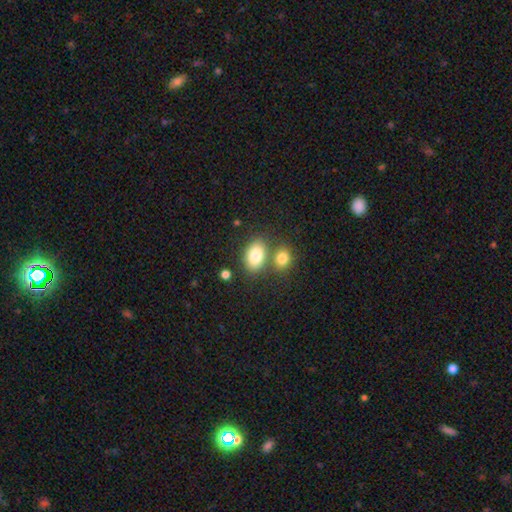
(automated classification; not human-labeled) Overall: smooth (83%). How rounded: in between (85%). Merging: none (58%; merger 28%).